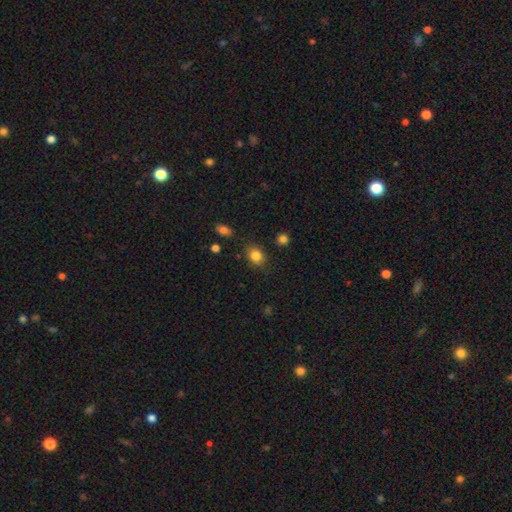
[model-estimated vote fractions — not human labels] Overall: smooth (84%). How rounded: in between (52%; round 46%). Merging: none (81%).